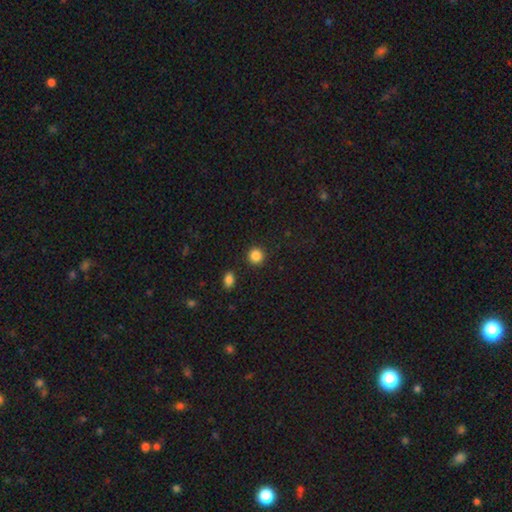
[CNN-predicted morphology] smooth_or_featured: smooth (p=0.86) [alt: star or artifact p=0.10]
how_rounded: round (p=0.92) [alt: in between p=0.07]
merging: none (p=0.90) [alt: minor disturbance p=0.05]